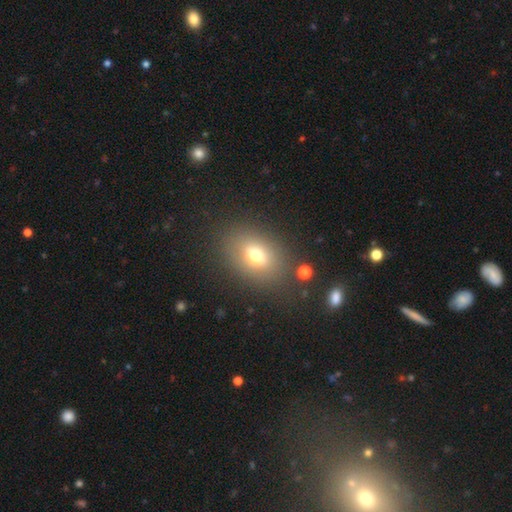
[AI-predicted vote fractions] A smooth galaxy with no disk features (71%) that is in between round and cigar-shaped (74%).

Vote fractions:
- Smooth or featured? smooth: 71% / featured or disk: 16% / star or artifact: 13%
- How rounded? in between: 74% / round: 25% / cigar-shaped: 2%
- Merging? none: 81% / minor disturbance: 11% / major disturbance: 5% / merger: 3%